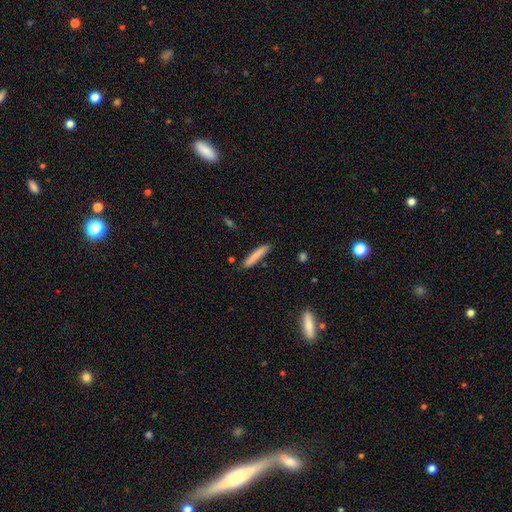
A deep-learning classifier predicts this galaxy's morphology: A smooth galaxy with no disk features (82%) that is cigar-shaped (92%). Merging: none (85%).